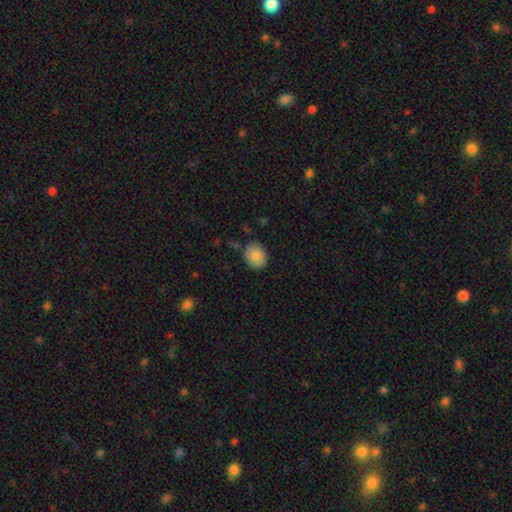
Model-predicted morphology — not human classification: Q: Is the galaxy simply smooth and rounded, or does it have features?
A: smooth — 84%.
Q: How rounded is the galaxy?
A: round — 61%.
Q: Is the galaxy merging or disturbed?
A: none — 84%.